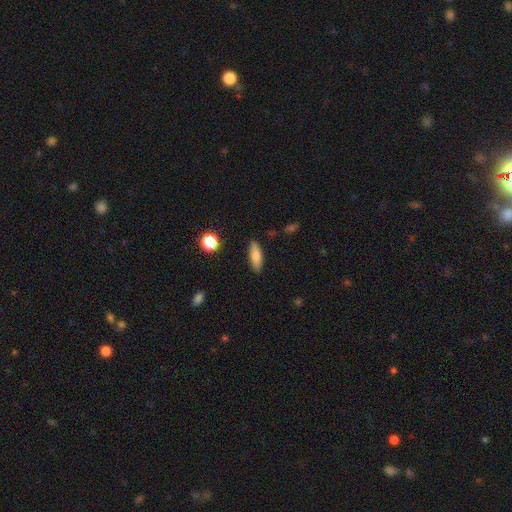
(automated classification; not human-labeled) smooth 76%, featured or disk 16%, star or artifact 8%. Down the decision tree: how rounded — in between (55%); merging — none (87%).